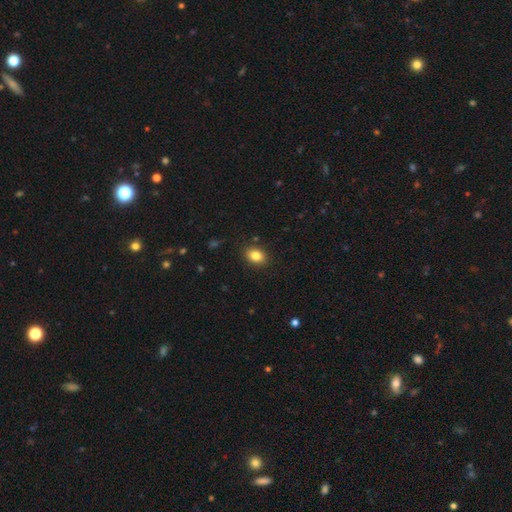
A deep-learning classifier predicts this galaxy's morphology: Q: Smooth or featured?
A: smooth (84%); runner-up: star or artifact (9%)
Q: How rounded?
A: in between (71%); runner-up: round (28%)
Q: Merging?
A: none (88%); runner-up: minor disturbance (9%)